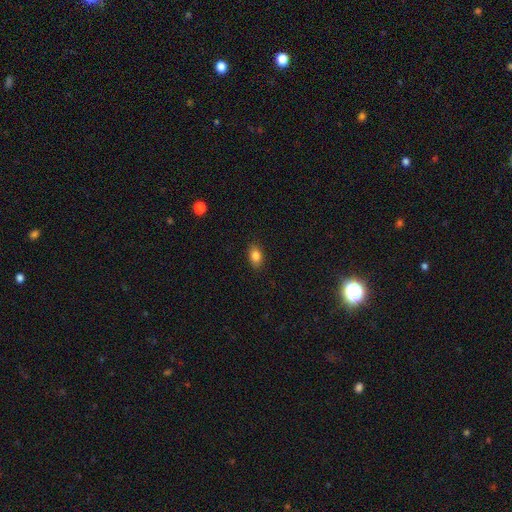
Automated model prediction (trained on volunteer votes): smooth-or-featured: smooth: 84% | star or artifact: 9% | featured or disk: 6%
  how-rounded: in between: 84% | round: 14% | cigar-shaped: 2%
  merging: none: 88% | minor disturbance: 9% | major disturbance: 2% | merger: 1%